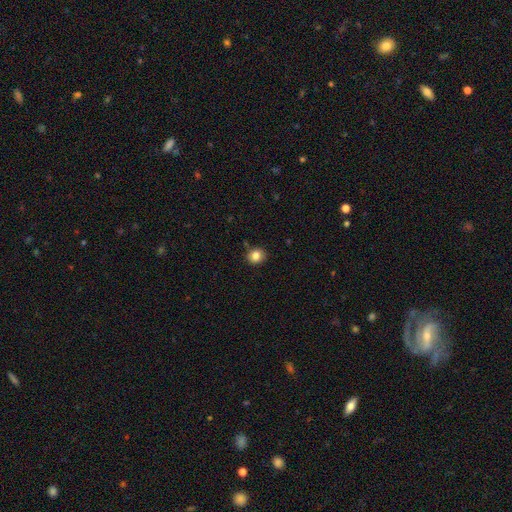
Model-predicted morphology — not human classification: This appears to be a smooth galaxy with no disk features (83%) that is round (78%). Merging: none (86%).